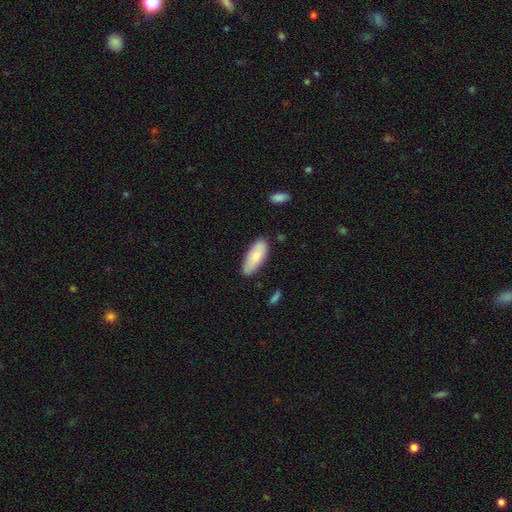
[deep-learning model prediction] smooth 82%, featured or disk 12%, star or artifact 6%. Down the decision tree: how rounded — in between (79%); merging — none (78%).